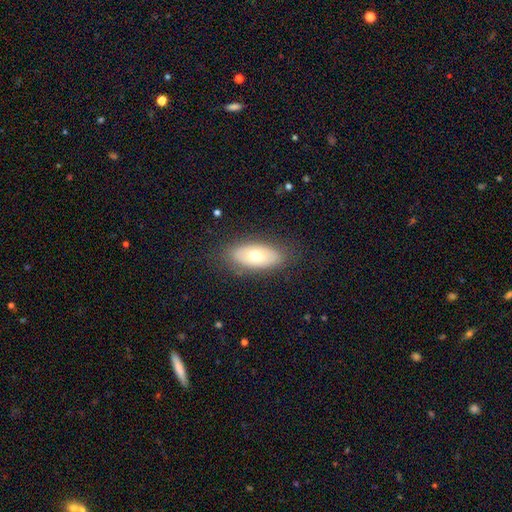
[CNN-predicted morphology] A smooth galaxy with no disk features (62%) that is in between round and cigar-shaped (89%). Merging: none (83%).